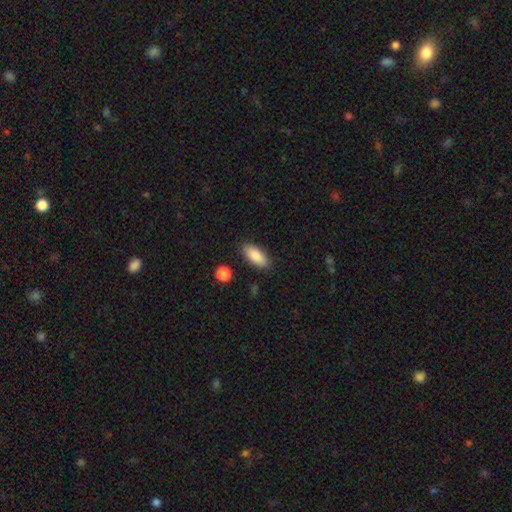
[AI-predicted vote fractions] The model was most divided on "how rounded": in between: 85%, cigar-shaped: 13%, round: 2%. More confident: smooth or featured — smooth (88%); merging — none (86%).